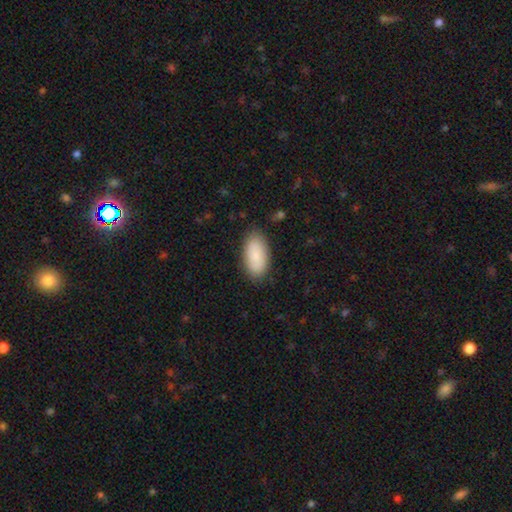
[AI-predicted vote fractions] This appears to be a smooth galaxy with no disk features (84%) that is in between round and cigar-shaped (94%). Merging: none (84%).